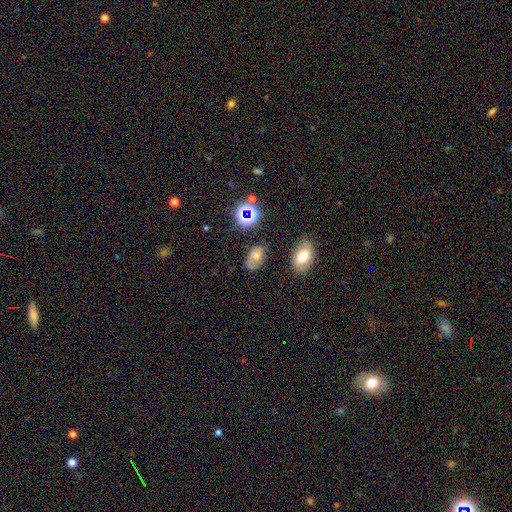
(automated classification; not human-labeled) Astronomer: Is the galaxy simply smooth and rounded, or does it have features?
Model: smooth — 54%.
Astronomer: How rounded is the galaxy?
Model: in between — 86%.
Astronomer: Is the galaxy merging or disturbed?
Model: none — 60%.